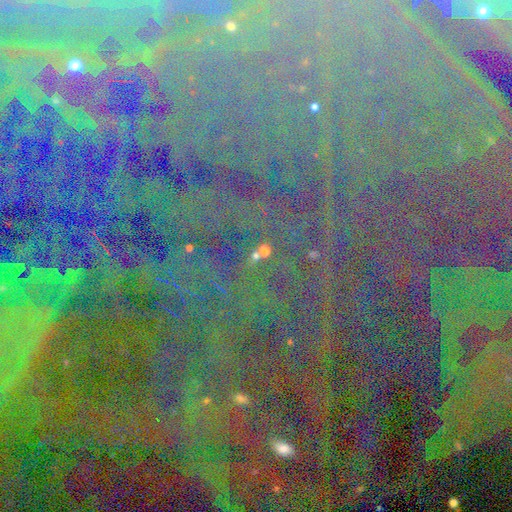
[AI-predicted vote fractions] Smooth or featured?
  - star or artifact: 86% *
  - featured or disk: 8%
  - smooth: 6%